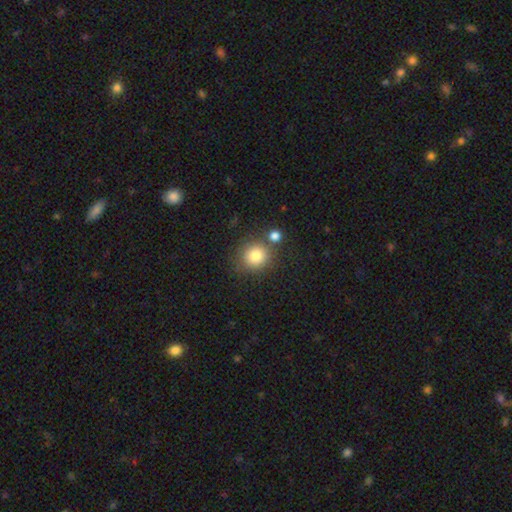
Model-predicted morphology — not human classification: Smooth or featured: smooth — 81% (star or artifact — 11%)
How rounded: round — 88% (in between — 11%)
Merging: none — 73% (merger — 14%)